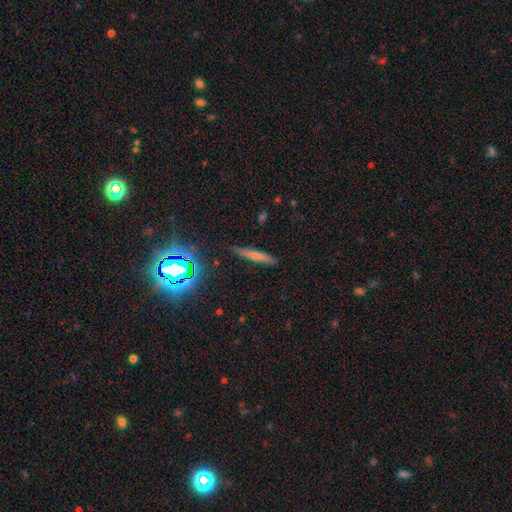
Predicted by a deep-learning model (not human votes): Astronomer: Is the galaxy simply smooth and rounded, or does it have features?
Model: smooth — 59%.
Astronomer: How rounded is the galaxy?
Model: cigar-shaped — 90%.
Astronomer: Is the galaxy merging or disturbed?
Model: none — 85%.